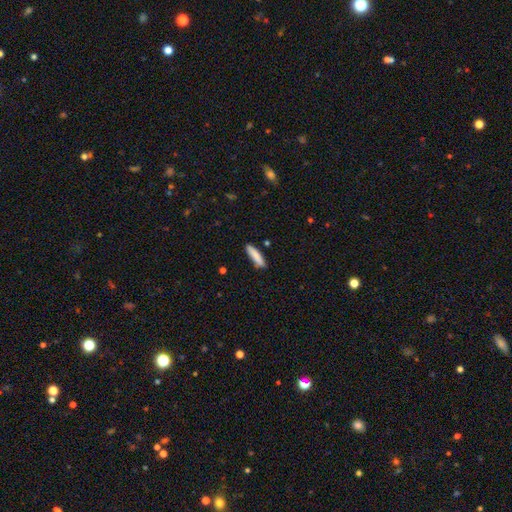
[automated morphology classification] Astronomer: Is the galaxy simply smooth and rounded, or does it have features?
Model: smooth — 86%.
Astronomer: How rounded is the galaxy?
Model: cigar-shaped — 80%.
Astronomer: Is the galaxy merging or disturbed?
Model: none — 86%.